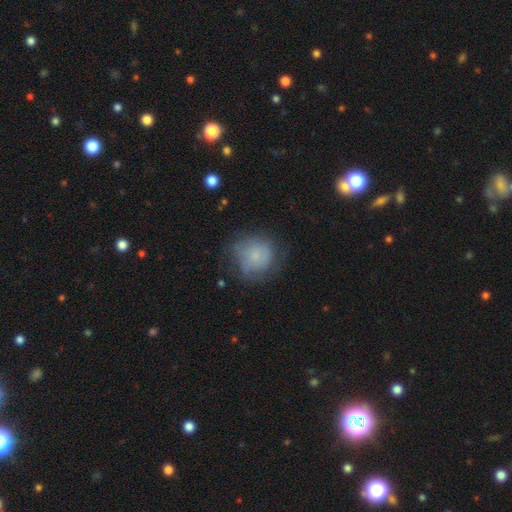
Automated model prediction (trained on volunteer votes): The model was most divided on "merging": none: 57%, minor disturbance: 26%, major disturbance: 16%, merger: 2%. More confident: how rounded — round (86%); smooth or featured — smooth (64%).